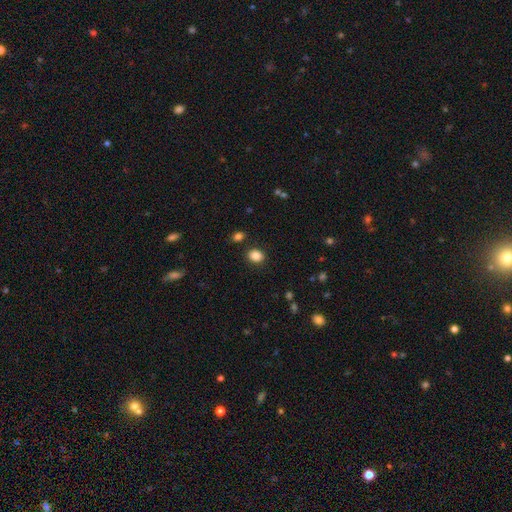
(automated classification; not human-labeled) Smooth or featured? Predicted: smooth (p=0.86). How rounded? Predicted: round (p=0.55). Merging? Predicted: none (p=0.86).